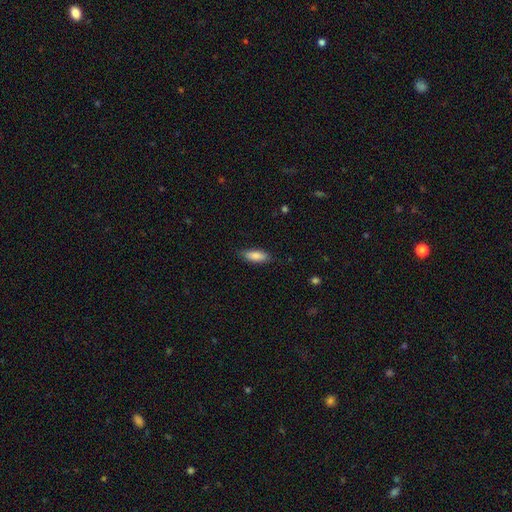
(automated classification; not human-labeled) Morphology: type=smooth (85%); roundness=in between (68%); merging=none (80%).